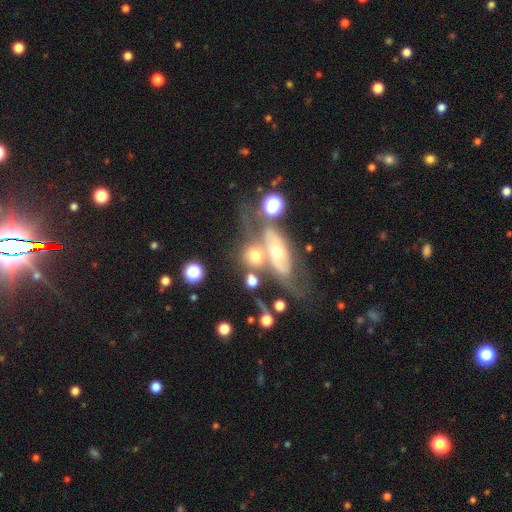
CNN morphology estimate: Smooth or featured? Predicted: smooth (p=0.48). Merging? Predicted: merger (p=0.44).